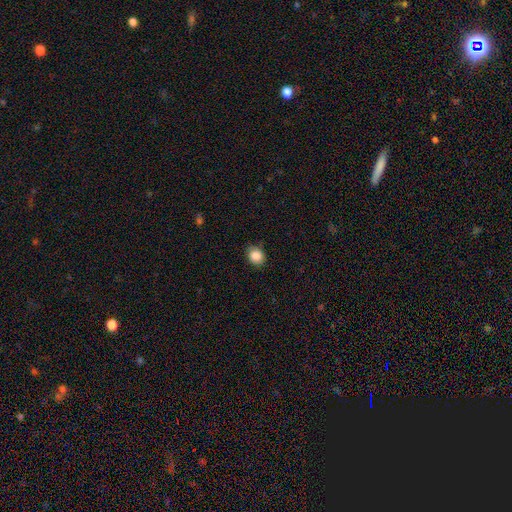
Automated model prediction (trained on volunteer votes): A smooth galaxy with no disk features (86%) that is round (64%). Merging: none (85%).